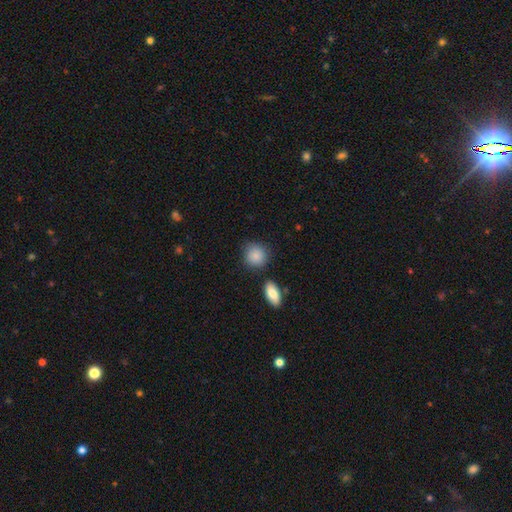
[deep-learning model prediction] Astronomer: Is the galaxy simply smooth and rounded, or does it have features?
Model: smooth — 88%.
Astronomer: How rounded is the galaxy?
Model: round — 82%.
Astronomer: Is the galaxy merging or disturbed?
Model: none — 78%.